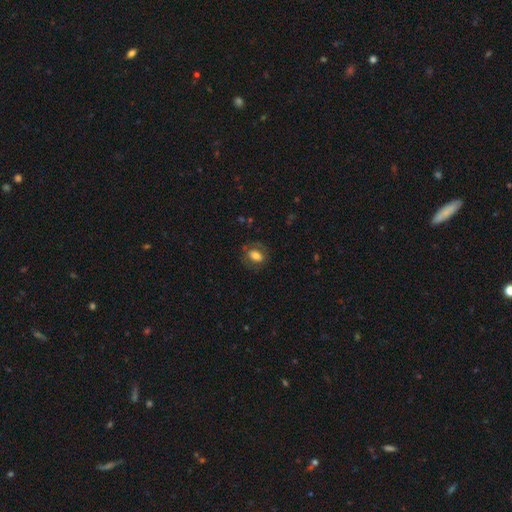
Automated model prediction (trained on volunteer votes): A smooth galaxy with no disk features (65%) that is in between round and cigar-shaped (75%). Merging: none (70%).